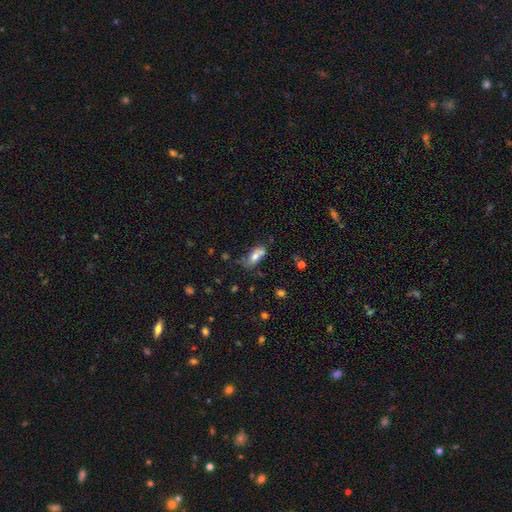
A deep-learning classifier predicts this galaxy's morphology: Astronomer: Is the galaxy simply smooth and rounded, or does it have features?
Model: smooth — 68%.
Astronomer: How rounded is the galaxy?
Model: in between — 81%.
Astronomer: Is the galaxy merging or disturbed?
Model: none — 36% (runner-up: merger, 33%).